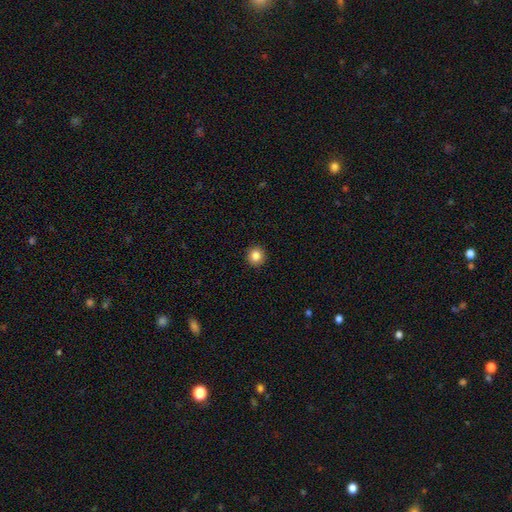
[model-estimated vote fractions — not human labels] smooth_or_featured: smooth (p=0.85) [alt: star or artifact p=0.10]
how_rounded: round (p=0.94) [alt: in between p=0.05]
merging: none (p=0.93) [alt: minor disturbance p=0.05]